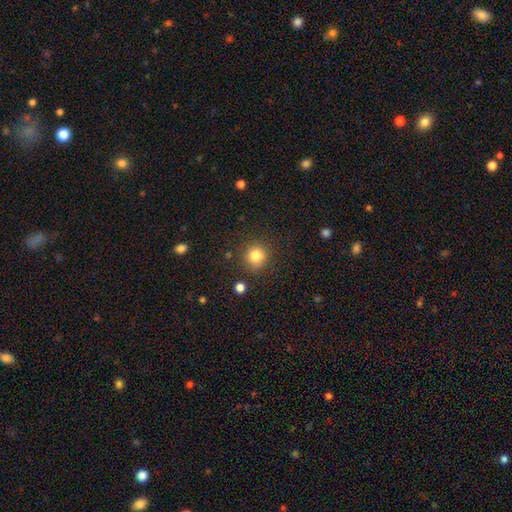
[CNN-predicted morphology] type=smooth (82%); roundness=round (91%); merging=none (84%).